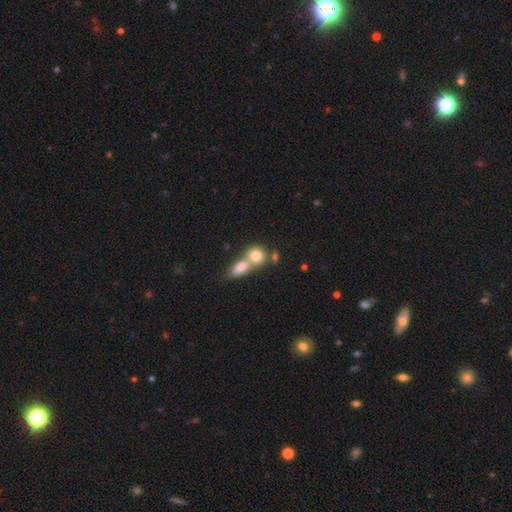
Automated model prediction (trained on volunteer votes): Smooth or featured? smooth (78%)
How rounded? round (59%)
Merging? merger (62%)